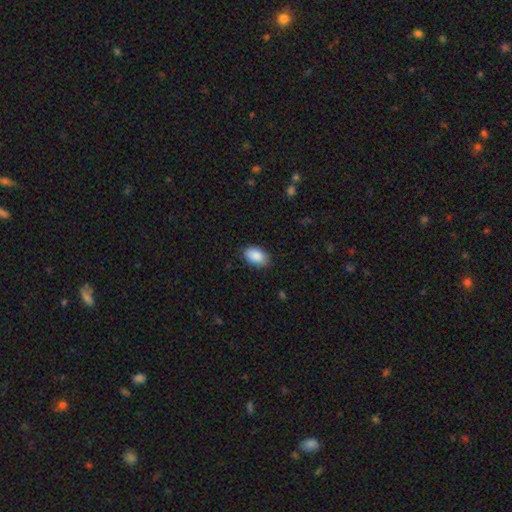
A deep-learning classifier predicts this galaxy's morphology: smooth 89%, star or artifact 6%, featured or disk 4%. Down the decision tree: how rounded — in between (92%); merging — none (86%).